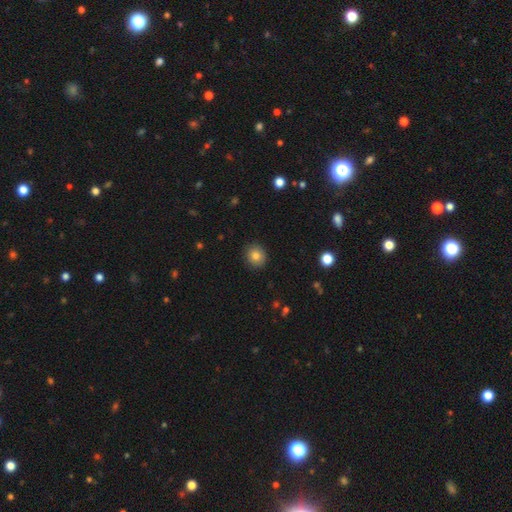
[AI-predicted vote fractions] Overall: smooth (82%). How rounded: round (81%). Merging: none (90%).